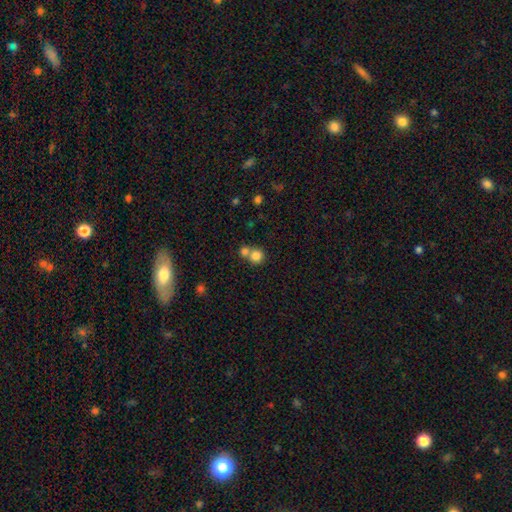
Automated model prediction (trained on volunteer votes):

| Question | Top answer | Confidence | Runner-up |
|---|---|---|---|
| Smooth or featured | smooth | 81% | star or artifact (11%) |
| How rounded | round | 88% | in between (11%) |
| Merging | merger | 47% | none (44%) |